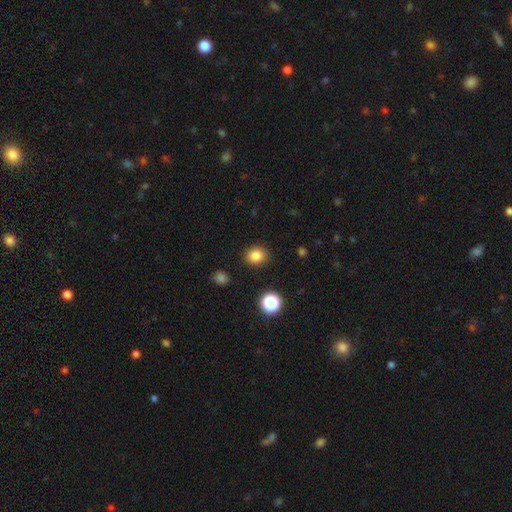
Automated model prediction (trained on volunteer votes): Q: Smooth or featured?
A: smooth (83%); runner-up: star or artifact (12%)
Q: How rounded?
A: round (68%); runner-up: in between (31%)
Q: Merging?
A: none (88%); runner-up: minor disturbance (8%)